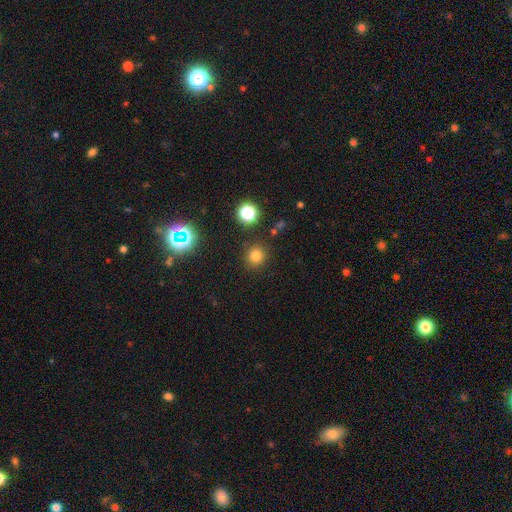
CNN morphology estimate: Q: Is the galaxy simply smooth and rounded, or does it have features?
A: smooth — 74%.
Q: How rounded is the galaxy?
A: round — 92%.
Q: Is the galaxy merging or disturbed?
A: none — 88%.